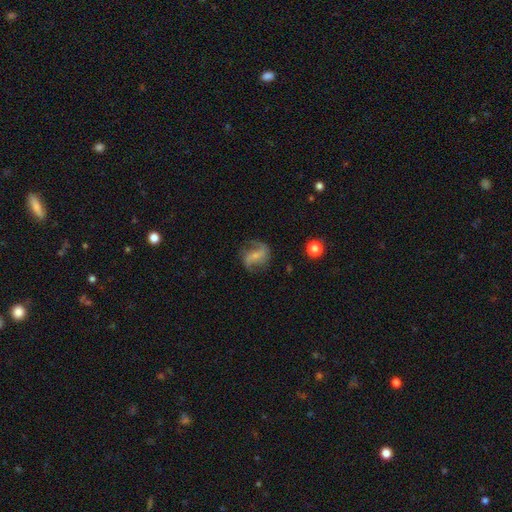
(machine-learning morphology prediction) Smooth or featured? featured or disk (75%)
Edge-on disk? no (96%)
Bar? weak (37%)
Spiral arms? yes (92%)
Spiral winding? loose (63%)
Spiral arm count? 2 (88%)
Bulge size? small (61%)
Merging? none (70%)